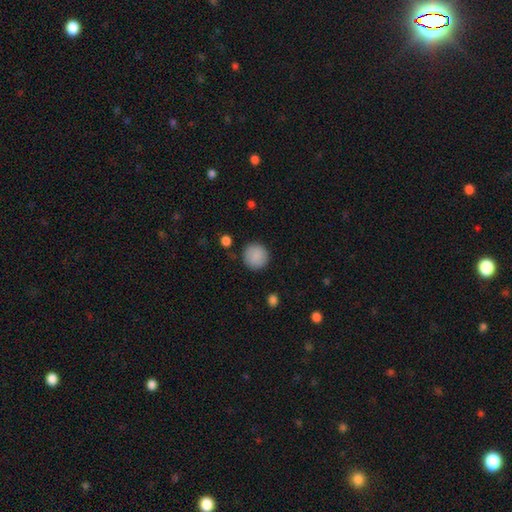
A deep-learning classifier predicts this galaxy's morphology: smooth 89%, star or artifact 7%, featured or disk 4%. Down the decision tree: how rounded — round (94%); merging — none (90%).